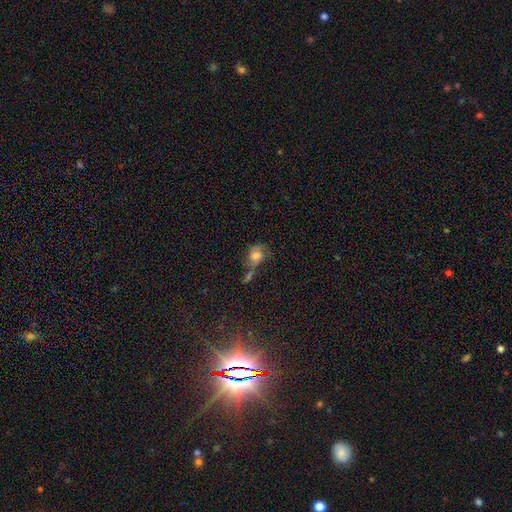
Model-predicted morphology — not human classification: This appears to be a smooth galaxy with no disk features (53%) that is in between round and cigar-shaped (59%). Merging: none (33%).